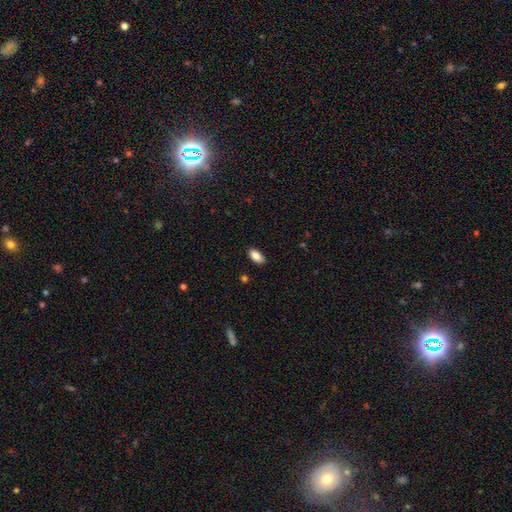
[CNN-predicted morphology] This appears to be a smooth galaxy with no disk features (87%) that is in between round and cigar-shaped (93%). Merging: none (87%).